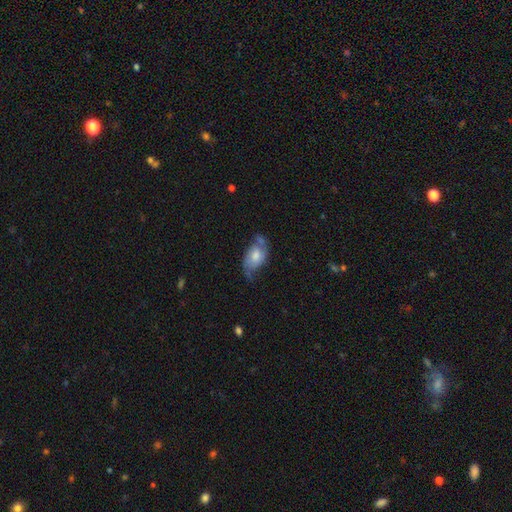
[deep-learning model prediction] Overall: featured or disk (59%; smooth 34%). Edge-on disk: no (94%). Bar: no (67%; weak 28%). Spiral arms: yes (84%). Bulge size: moderate (47%; small 23%). Merging: none (47%; minor disturbance 29%).